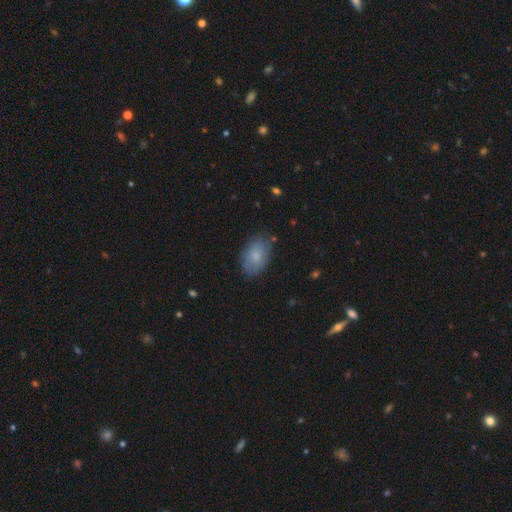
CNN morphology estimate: Q: Smooth or featured?
A: smooth (75%); runner-up: featured or disk (18%)
Q: How rounded?
A: in between (91%); runner-up: round (8%)
Q: Merging?
A: none (77%); runner-up: minor disturbance (17%)